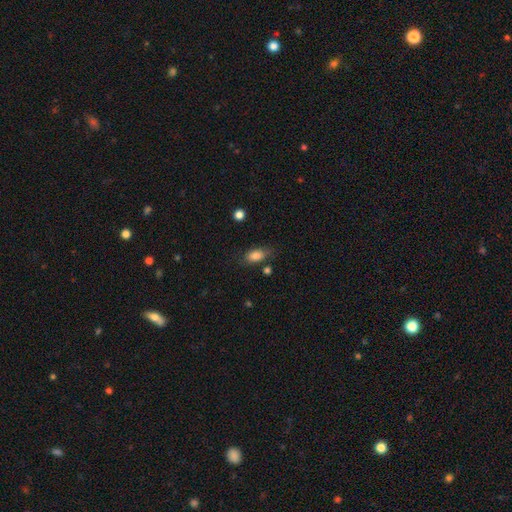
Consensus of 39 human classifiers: smooth_or_featured: smooth (p=0.90) [alt: featured or disk p=0.05]
how_rounded: in between (p=0.83) [alt: round p=0.09]
merging: none (p=0.68) [alt: minor disturbance p=0.27]